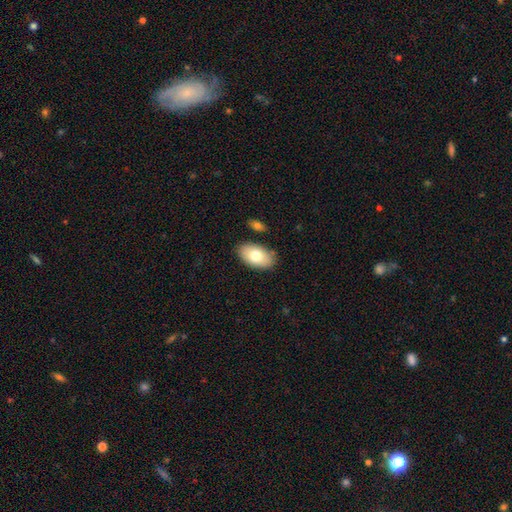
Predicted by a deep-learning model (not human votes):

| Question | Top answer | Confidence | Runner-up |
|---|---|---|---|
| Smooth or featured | smooth | 75% | featured or disk (18%) |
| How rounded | in between | 94% | round (5%) |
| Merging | none | 85% | minor disturbance (10%) |